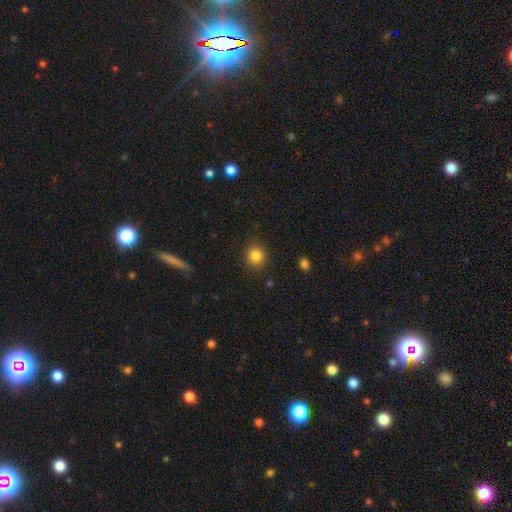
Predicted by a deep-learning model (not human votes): Smooth or featured? smooth (84%)
How rounded? round (86%)
Merging? none (87%)